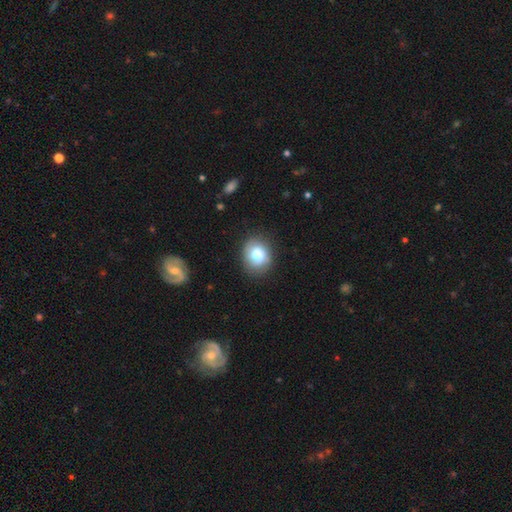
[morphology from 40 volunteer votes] Volunteers were most divided on "smooth or featured": smooth: 70%, featured or disk: 28%, star or artifact: 2%. More confident: how rounded — round (79%); merging — none (77%).